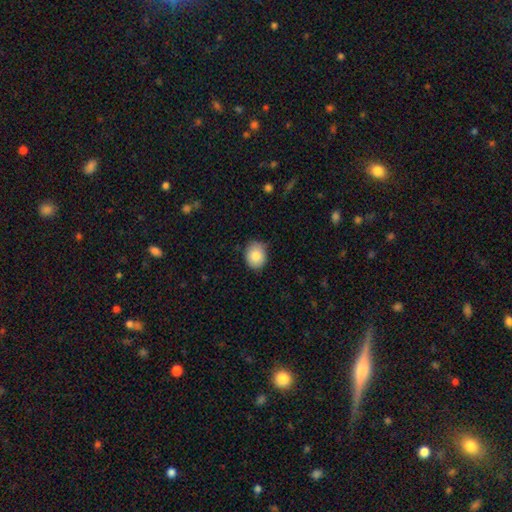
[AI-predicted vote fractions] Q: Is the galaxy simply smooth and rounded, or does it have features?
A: smooth — 83%.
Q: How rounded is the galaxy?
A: round — 59%.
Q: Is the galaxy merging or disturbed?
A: none — 79%.